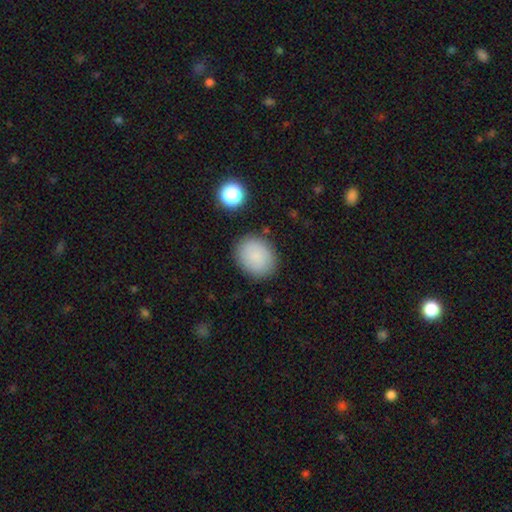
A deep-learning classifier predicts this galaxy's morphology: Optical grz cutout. It shows a smooth galaxy with no disk features (84%) that is round (53%). Merging: none (84%).